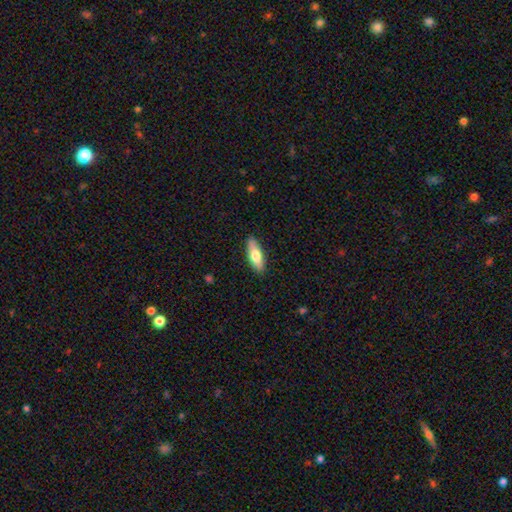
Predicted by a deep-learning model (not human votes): smooth-or-featured: smooth: 71% | featured or disk: 24% | star or artifact: 6%
  how-rounded: in between: 58% | cigar-shaped: 40% | round: 2%
  merging: none: 86% | minor disturbance: 10% | major disturbance: 2% | merger: 1%